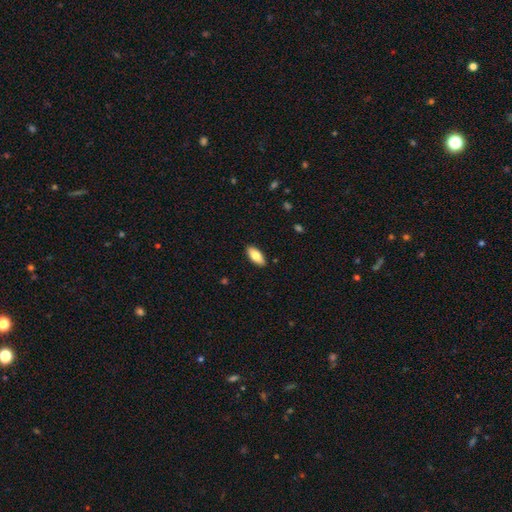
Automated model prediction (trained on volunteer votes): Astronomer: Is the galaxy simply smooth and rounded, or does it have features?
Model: smooth — 80%.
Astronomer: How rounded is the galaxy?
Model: in between — 86%.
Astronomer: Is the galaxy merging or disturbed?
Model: none — 90%.